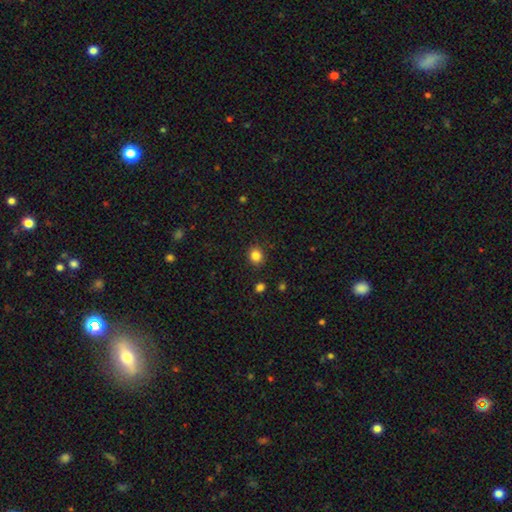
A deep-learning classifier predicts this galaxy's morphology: Smooth or featured: smooth — 84% (star or artifact — 11%)
How rounded: round — 77% (in between — 22%)
Merging: none — 89% (minor disturbance — 7%)